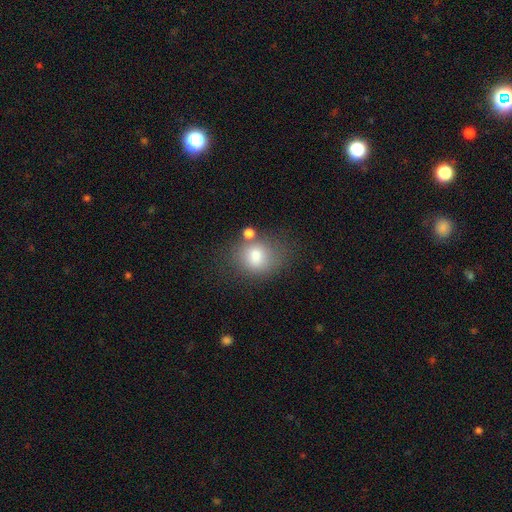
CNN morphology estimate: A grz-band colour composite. It shows a smooth galaxy with no disk features (77%) that is round (59%). Merging: none (61%).